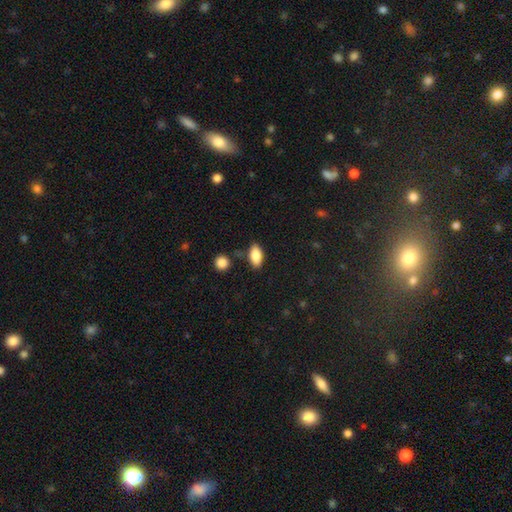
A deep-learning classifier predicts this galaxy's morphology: Smooth or featured?
  - smooth: 85% *
  - featured or disk: 8%
  - star or artifact: 7%
How rounded?
  - in between: 89% *
  - cigar-shaped: 7%
  - round: 4%
Merging?
  - none: 82% *
  - minor disturbance: 12%
  - merger: 4%
  - major disturbance: 3%